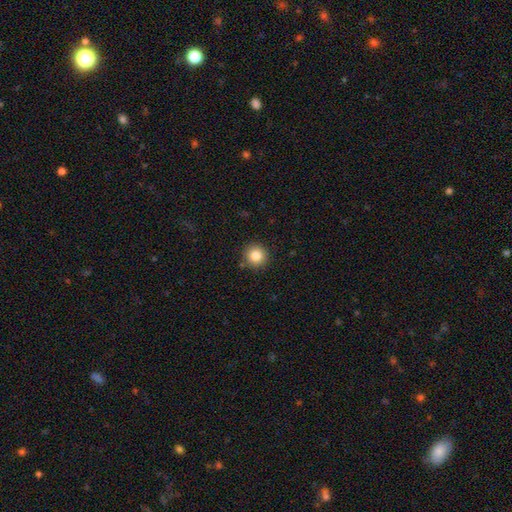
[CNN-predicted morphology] Smooth or featured: smooth — 83% (star or artifact — 11%)
How rounded: round — 94% (in between — 5%)
Merging: none — 89% (minor disturbance — 7%)